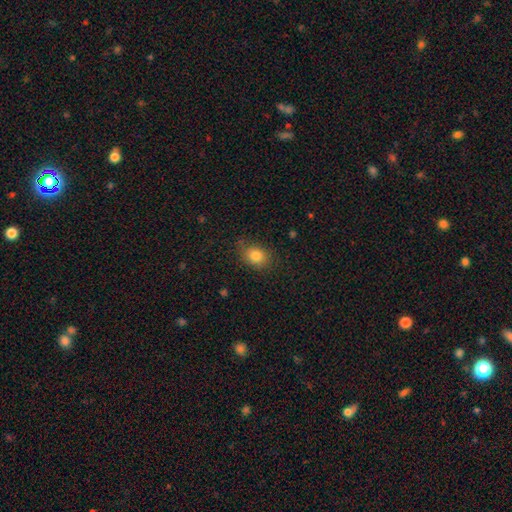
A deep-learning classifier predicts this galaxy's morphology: Overall: smooth (82%). How rounded: in between (52%; round 47%). Merging: none (78%).